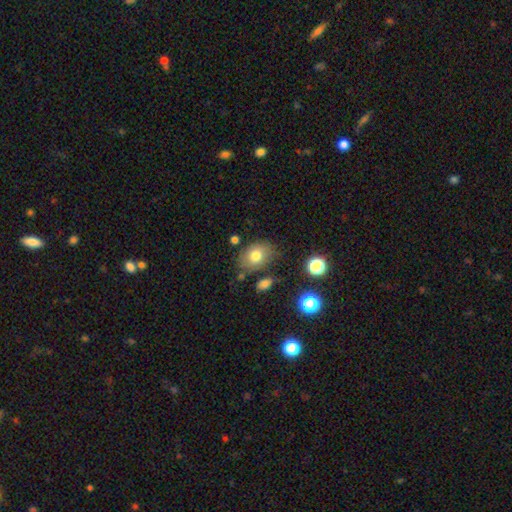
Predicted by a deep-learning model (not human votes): This is likely a smooth galaxy (75%). How rounded: likely in between (77%). Merging: likely none (72%).